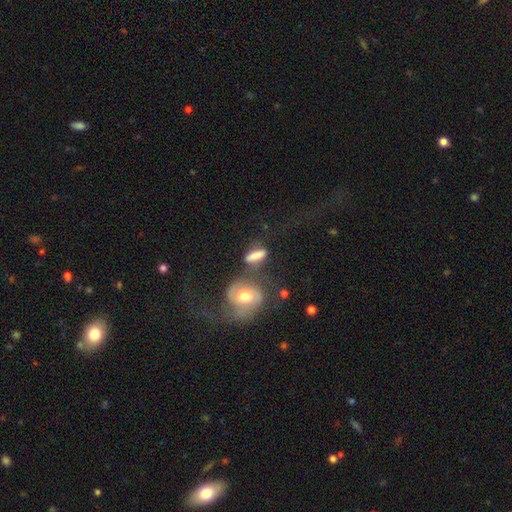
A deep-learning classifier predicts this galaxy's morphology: The model was most divided on "how rounded": cigar-shaped: 51%, in between: 42%, round: 7%. More confident: smooth or featured — smooth (67%); merging — none (50%).